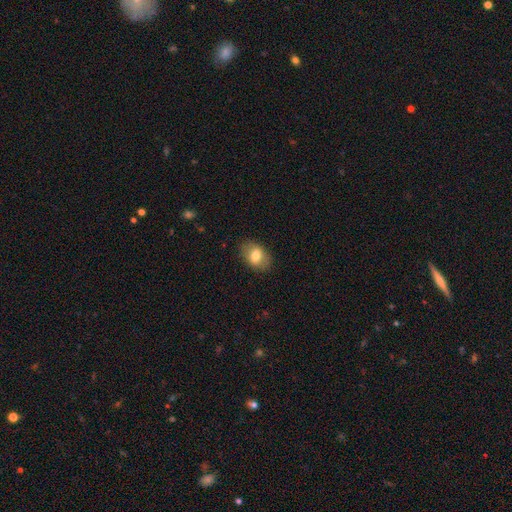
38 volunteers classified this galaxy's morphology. A smooth galaxy with no disk features (76%) that is in between round and cigar-shaped (90%).

Vote fractions:
- Smooth or featured? smooth: 76% / featured or disk: 16% / star or artifact: 8%
- How rounded? in between: 90% / round: 10% / cigar-shaped: 0%
- Merging? none: 71% / minor disturbance: 17% / major disturbance: 6% / merger: 6%